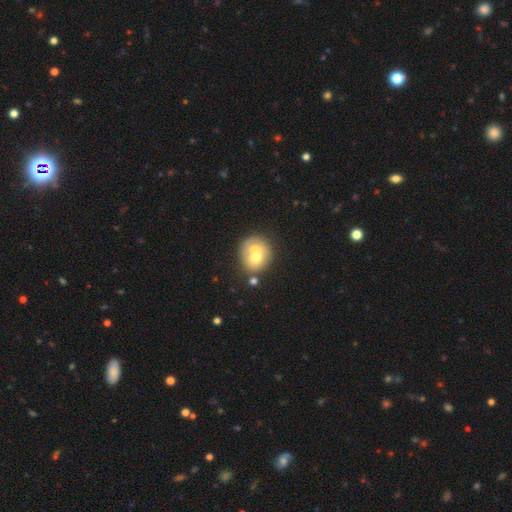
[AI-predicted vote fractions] Morphology: type=smooth (61%); roundness=round (79%); merging=merger (52%).